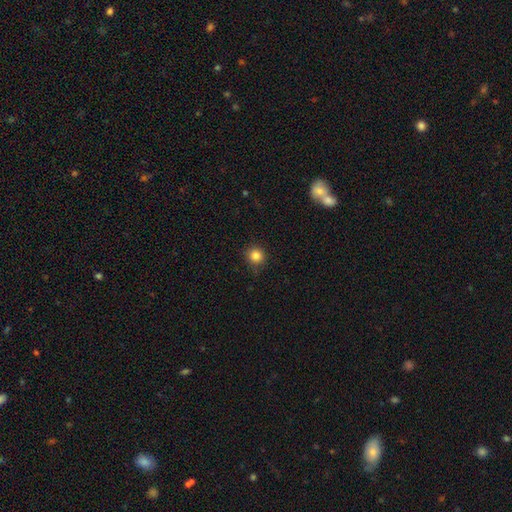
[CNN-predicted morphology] Overall: smooth (84%). How rounded: round (92%). Merging: none (88%).